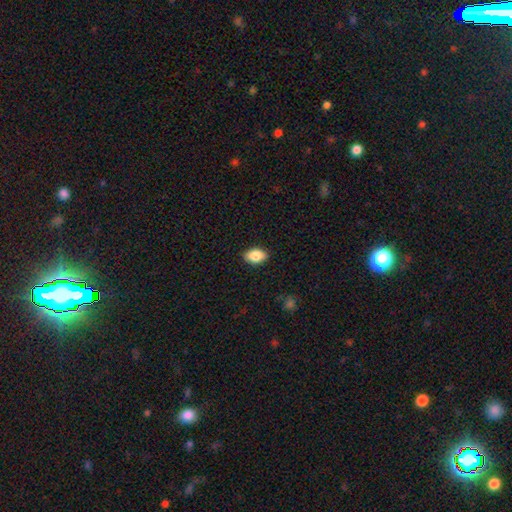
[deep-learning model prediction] Smooth or featured: smooth — 87% (star or artifact — 7%)
How rounded: in between — 89% (round — 9%)
Merging: none — 89% (minor disturbance — 8%)